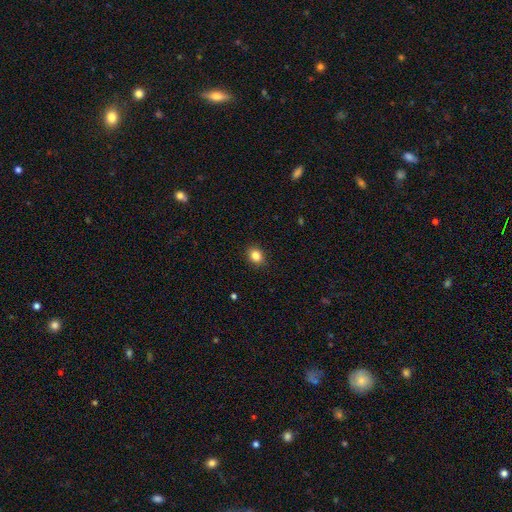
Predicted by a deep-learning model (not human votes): smooth-or-featured: smooth: 84% | star or artifact: 10% | featured or disk: 5%
  how-rounded: round: 58% | in between: 41% | cigar-shaped: 1%
  merging: none: 90% | minor disturbance: 8% | major disturbance: 2% | merger: 1%